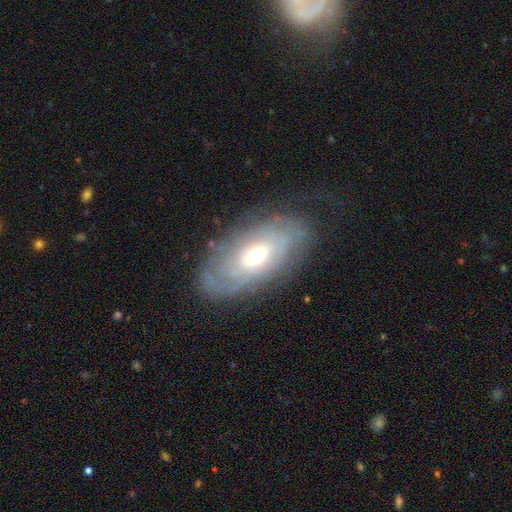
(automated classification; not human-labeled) Smooth or featured? featured or disk (63%)
Edge-on disk? no (88%)
Bar? no (72%)
Spiral arms? yes (65%)
Bulge size? moderate (49%)
Merging? none (74%)